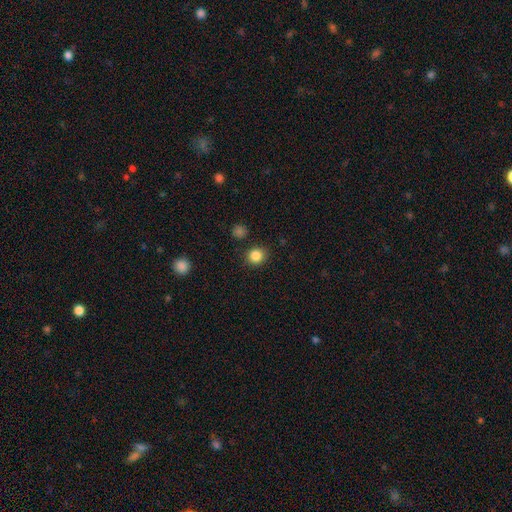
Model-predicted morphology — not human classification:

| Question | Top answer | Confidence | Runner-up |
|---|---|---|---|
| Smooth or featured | smooth | 85% | star or artifact (11%) |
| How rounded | round | 86% | in between (13%) |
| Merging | none | 88% | minor disturbance (7%) |